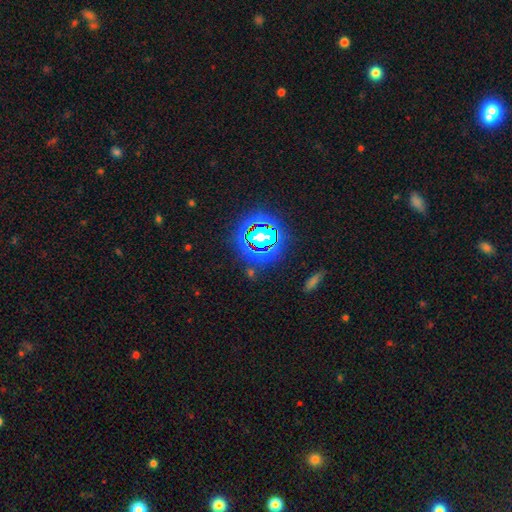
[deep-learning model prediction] Smooth or featured?
  - star or artifact: 81% *
  - smooth: 11%
  - featured or disk: 8%